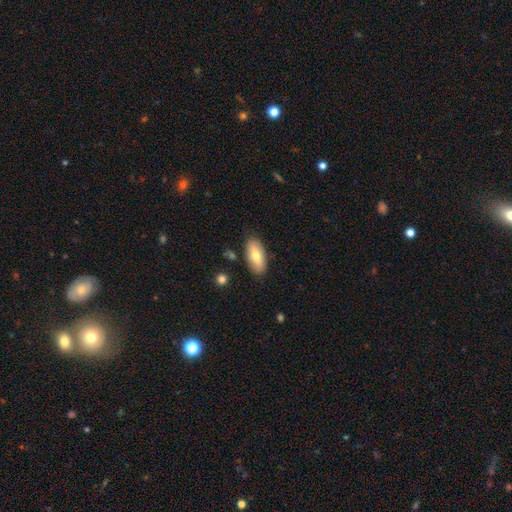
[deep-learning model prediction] Smooth or featured? smooth (68%)
How rounded? in between (87%)
Merging? none (83%)